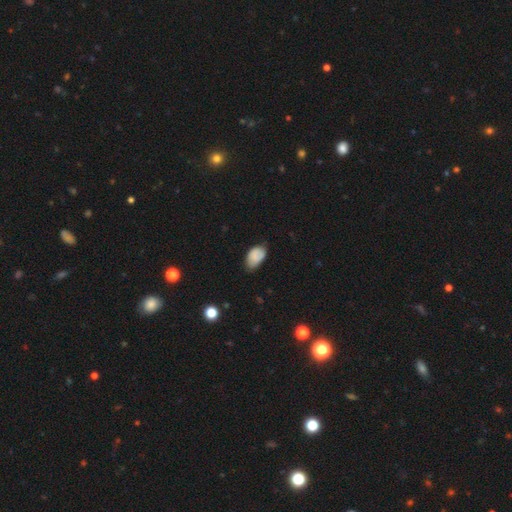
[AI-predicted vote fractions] A smooth galaxy with no disk features (78%) that is in between round and cigar-shaped (90%).

Vote fractions:
- Smooth or featured? smooth: 78% / featured or disk: 13% / star or artifact: 9%
- How rounded? in between: 90% / round: 8% / cigar-shaped: 1%
- Merging? none: 55% / minor disturbance: 37% / major disturbance: 6% / merger: 2%